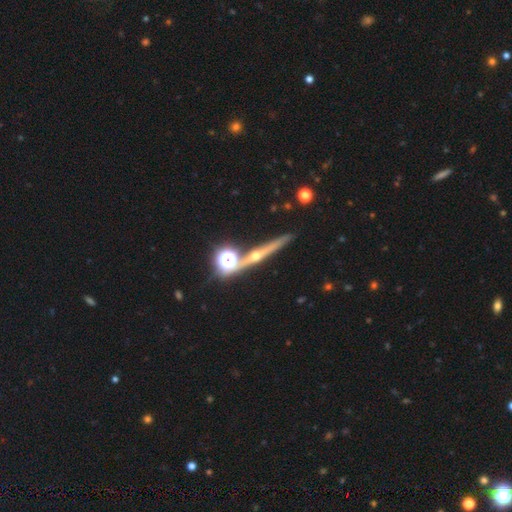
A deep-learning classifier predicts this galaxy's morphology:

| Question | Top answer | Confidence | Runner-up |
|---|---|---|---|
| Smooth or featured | featured or disk | 66% | star or artifact (17%) |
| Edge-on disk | yes | 94% | no (6%) |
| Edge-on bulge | rounded | 89% | none (7%) |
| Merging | none | 82% | minor disturbance (8%) |